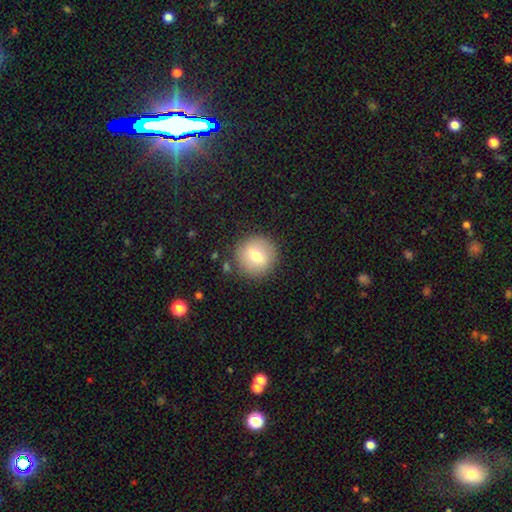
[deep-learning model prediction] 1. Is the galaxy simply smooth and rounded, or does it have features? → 69% smooth, 22% featured or disk, 9% star or artifact.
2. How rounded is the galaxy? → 93% round, 6% in between, 1% cigar-shaped.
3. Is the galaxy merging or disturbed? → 87% none, 8% minor disturbance, 3% major disturbance, 2% merger.